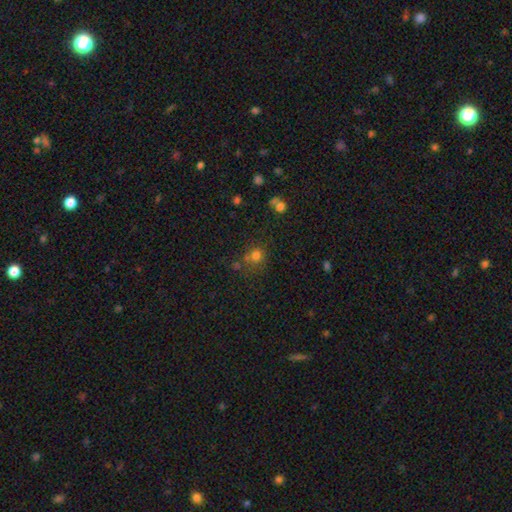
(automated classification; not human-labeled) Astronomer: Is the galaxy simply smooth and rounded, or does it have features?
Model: smooth — 74%.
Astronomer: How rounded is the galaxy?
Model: round — 84%.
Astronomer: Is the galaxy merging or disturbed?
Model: none — 64%.